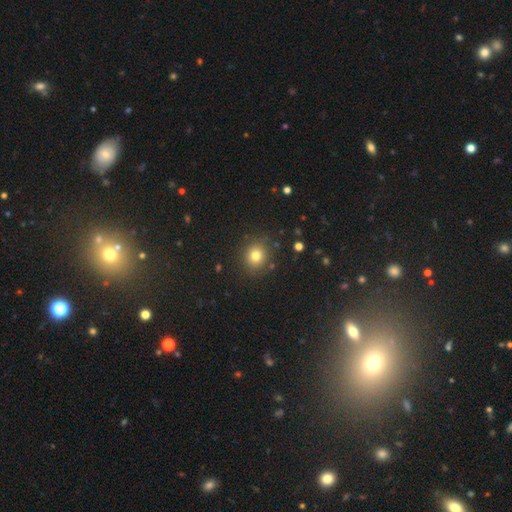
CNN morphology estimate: smooth_or_featured: smooth (p=0.78) [alt: star or artifact p=0.14]
how_rounded: round (p=0.83) [alt: in between p=0.16]
merging: none (p=0.87) [alt: minor disturbance p=0.08]